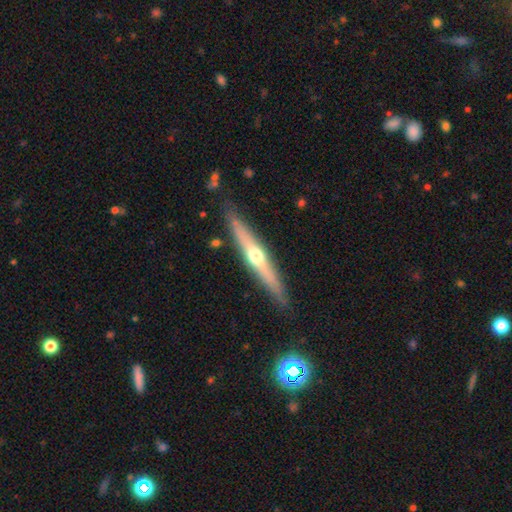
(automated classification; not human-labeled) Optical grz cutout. It shows a featured or disk galaxy (65%) viewed edge-on (95%) with a rounded central bulge (89%). Merging: none (87%).